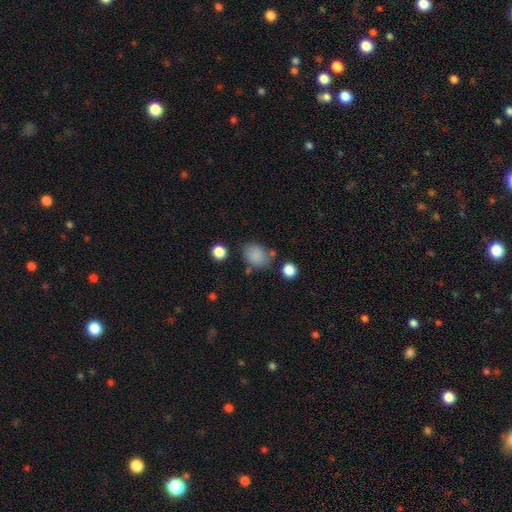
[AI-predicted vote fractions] This appears to be a smooth galaxy with no disk features (80%) that is in between round and cigar-shaped (58%). Merging: none (73%).